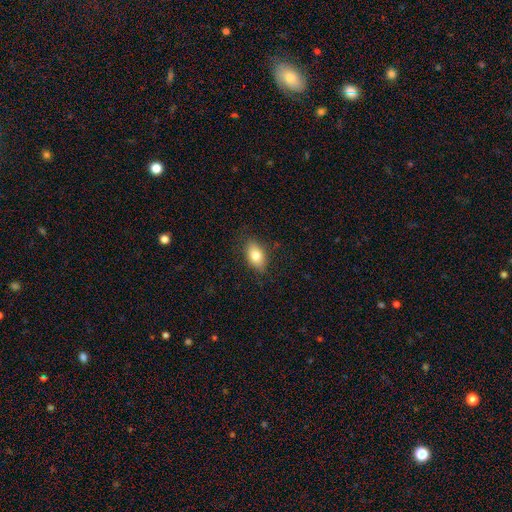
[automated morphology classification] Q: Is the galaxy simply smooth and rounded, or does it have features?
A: smooth — 79%.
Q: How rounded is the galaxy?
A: in between — 89%.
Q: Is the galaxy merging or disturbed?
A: none — 83%.